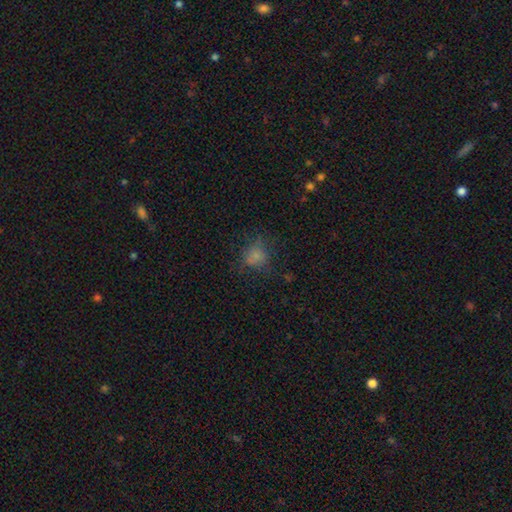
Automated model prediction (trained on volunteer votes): Morphology: type=smooth (73%); roundness=round (78%); merging=none (63%).